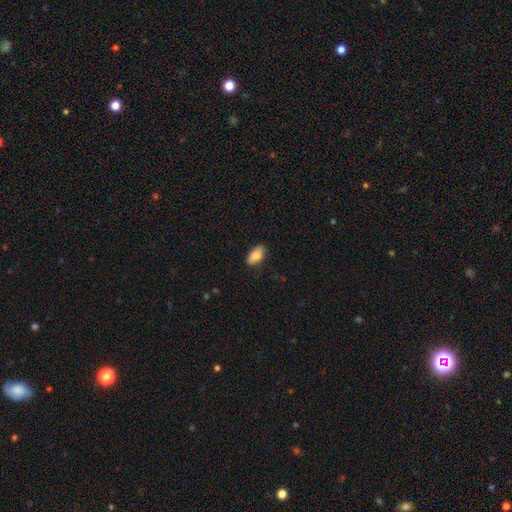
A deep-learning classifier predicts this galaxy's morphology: A smooth galaxy with no disk features (83%) that is in between round and cigar-shaped (92%). Merging: none (83%).